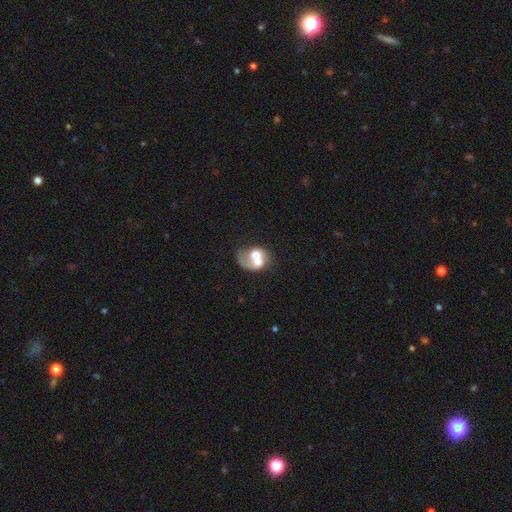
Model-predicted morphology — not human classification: smooth-or-featured: featured or disk: 51% | smooth: 41% | star or artifact: 8%
  disk-edge-on: no: 97% | yes: 3%
  merging: merger: 63% | none: 16% | major disturbance: 13% | minor disturbance: 8%